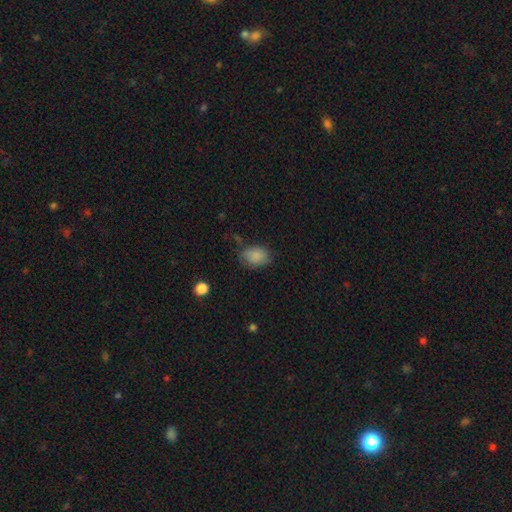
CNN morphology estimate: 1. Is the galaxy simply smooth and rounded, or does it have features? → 86% smooth, 8% star or artifact, 6% featured or disk.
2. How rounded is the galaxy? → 75% in between, 24% round, 1% cigar-shaped.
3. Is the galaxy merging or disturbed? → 68% none, 23% minor disturbance, 6% major disturbance, 3% merger.